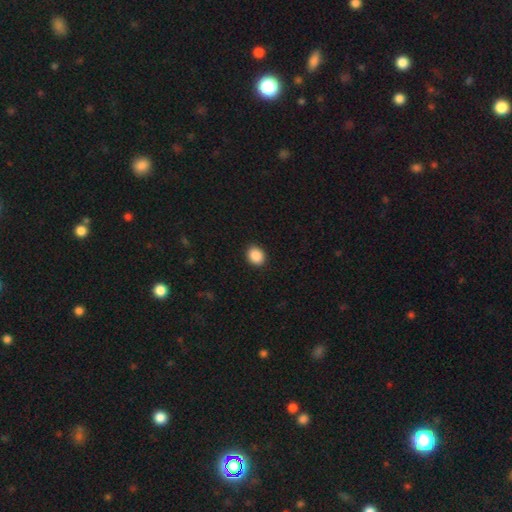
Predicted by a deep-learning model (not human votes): smooth_or_featured: smooth (p=0.89) [alt: star or artifact p=0.08]
how_rounded: round (p=0.57) [alt: in between p=0.42]
merging: none (p=0.91) [alt: minor disturbance p=0.06]